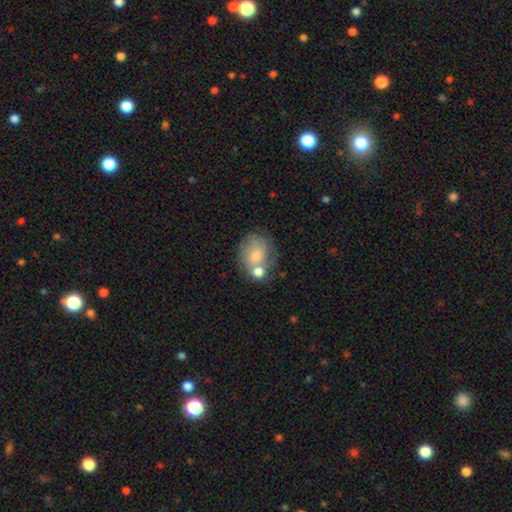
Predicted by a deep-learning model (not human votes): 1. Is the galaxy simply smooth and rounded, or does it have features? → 63% smooth, 27% featured or disk, 10% star or artifact.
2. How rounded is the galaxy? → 58% round, 41% in between, 1% cigar-shaped.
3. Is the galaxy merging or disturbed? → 46% none, 29% merger, 18% minor disturbance, 7% major disturbance.